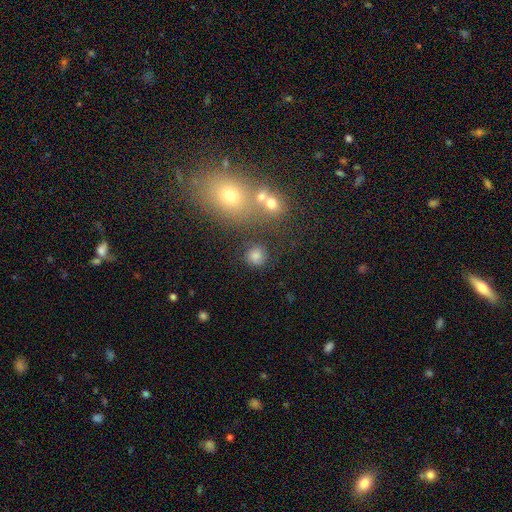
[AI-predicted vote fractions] Smooth or featured? smooth (76%)
How rounded? round (87%)
Merging? none (78%)